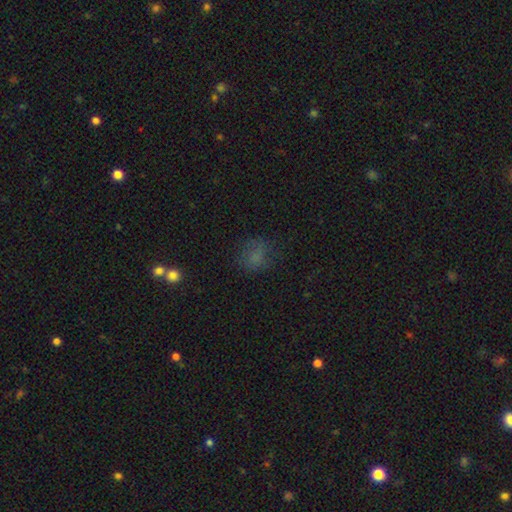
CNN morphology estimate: A smooth galaxy with no disk features (68%) that is round (69%). Merging: none (64%).